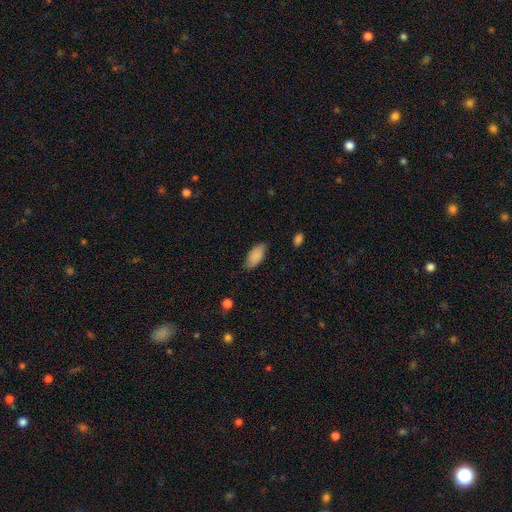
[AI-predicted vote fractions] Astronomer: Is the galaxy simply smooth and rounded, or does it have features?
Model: smooth — 88%.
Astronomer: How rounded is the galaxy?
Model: in between — 91%.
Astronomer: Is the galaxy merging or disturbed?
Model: none — 78%.